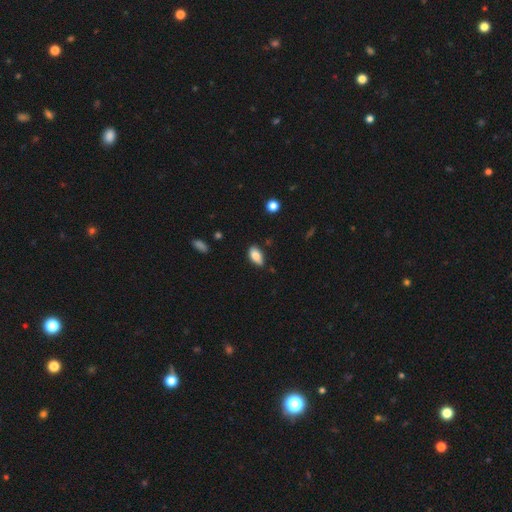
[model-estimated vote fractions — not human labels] This is clearly a smooth galaxy (83%). How rounded: clearly in between (91%). Merging: likely none (75%).